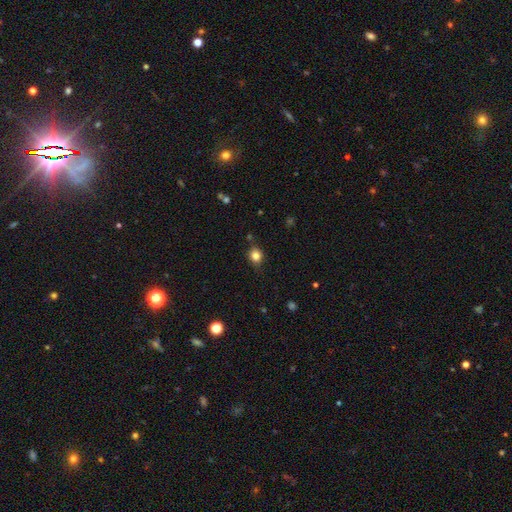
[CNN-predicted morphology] smooth-or-featured: smooth: 82% | star or artifact: 12% | featured or disk: 6%
  how-rounded: round: 73% | in between: 25% | cigar-shaped: 1%
  merging: none: 78% | minor disturbance: 16% | major disturbance: 3% | merger: 3%